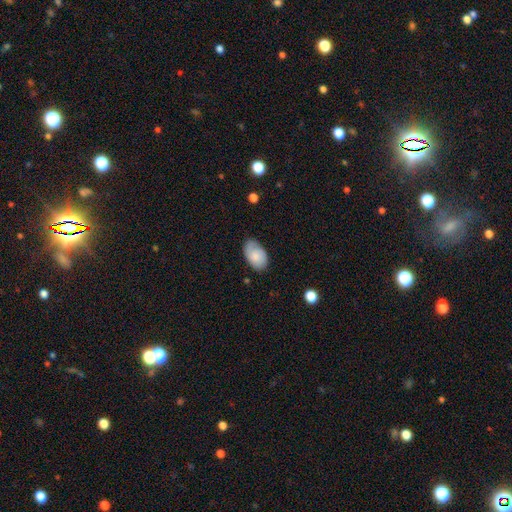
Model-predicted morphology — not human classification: smooth_or_featured: smooth (p=0.70) [alt: featured or disk p=0.23]
how_rounded: in between (p=0.92) [alt: round p=0.07]
merging: none (p=0.68) [alt: minor disturbance p=0.25]